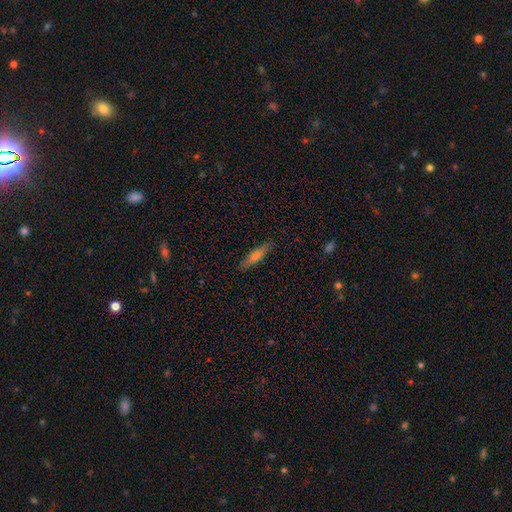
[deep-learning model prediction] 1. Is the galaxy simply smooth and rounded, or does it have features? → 59% smooth, 34% featured or disk, 7% star or artifact.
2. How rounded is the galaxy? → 78% cigar-shaped, 20% in between, 2% round.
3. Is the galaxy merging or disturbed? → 88% none, 9% minor disturbance, 2% major disturbance, 1% merger.